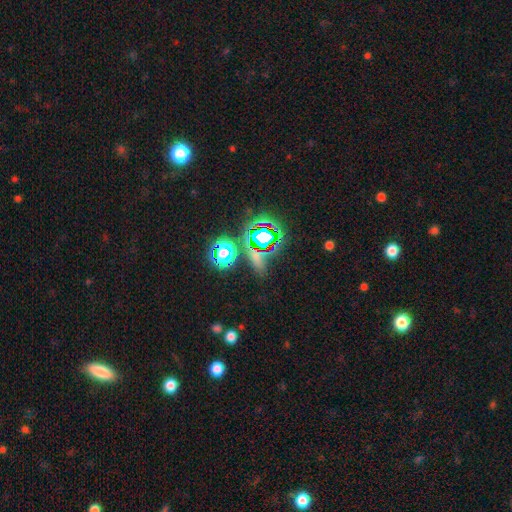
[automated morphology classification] Overall: star or artifact (57%; smooth 30%).